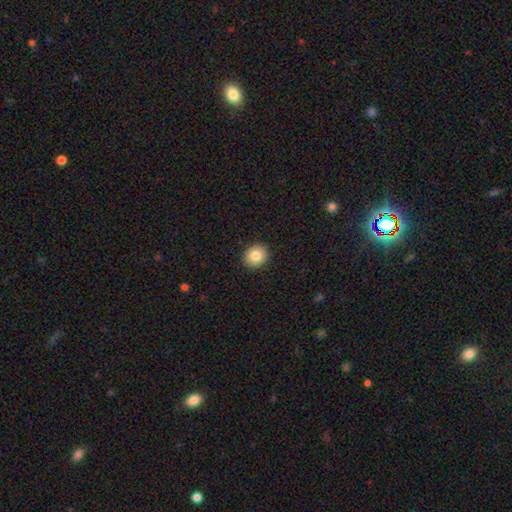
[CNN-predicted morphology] smooth 83%, star or artifact 9%, featured or disk 8%. Down the decision tree: how rounded — round (74%); merging — none (92%).